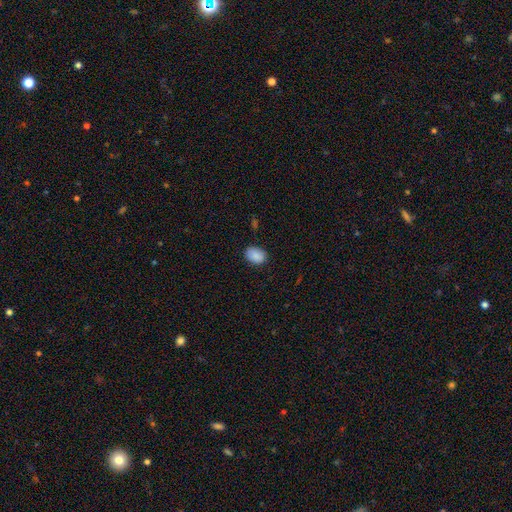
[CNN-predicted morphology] Smooth or featured?
  - smooth: 89% *
  - star or artifact: 7%
  - featured or disk: 4%
How rounded?
  - in between: 73% *
  - round: 26%
  - cigar-shaped: 1%
Merging?
  - none: 84% *
  - minor disturbance: 13%
  - major disturbance: 3%
  - merger: 1%